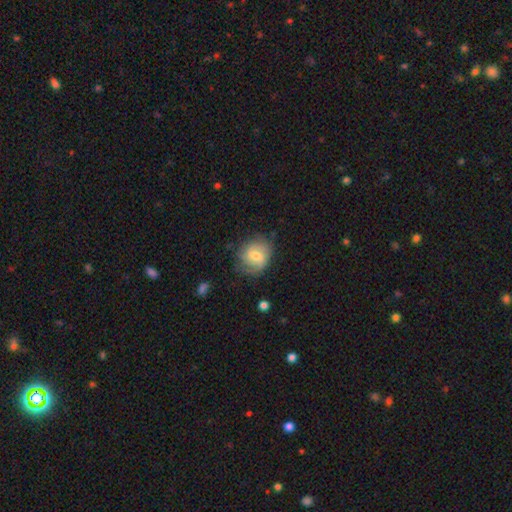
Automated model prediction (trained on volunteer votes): The model was most divided on "bulge size": moderate: 54%, small: 39%, large: 3%, none: 2%, dominant: 1%. More confident: edge-on disk — no (97%); spiral arms — yes (86%); merging — none (64%); smooth or featured — featured or disk (60%); bar — weak (53%).